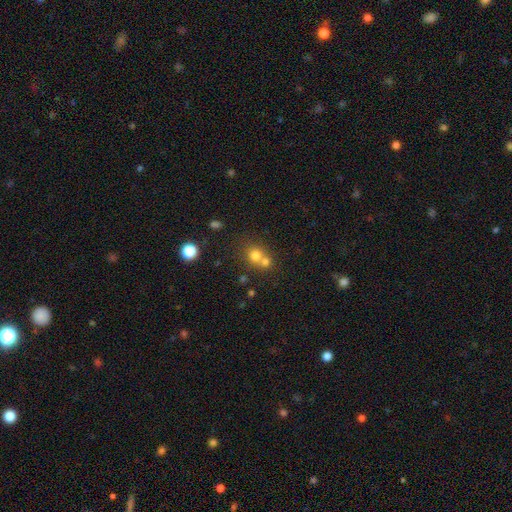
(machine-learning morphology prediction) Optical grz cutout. It shows a smooth galaxy with no disk features (73%) that is round (83%). Merging: merger (50%).